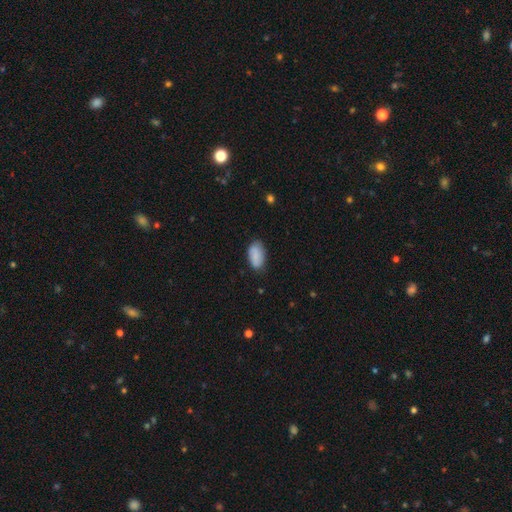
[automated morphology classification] smooth 83%, featured or disk 11%, star or artifact 7%. Down the decision tree: how rounded — in between (94%); merging — none (80%).